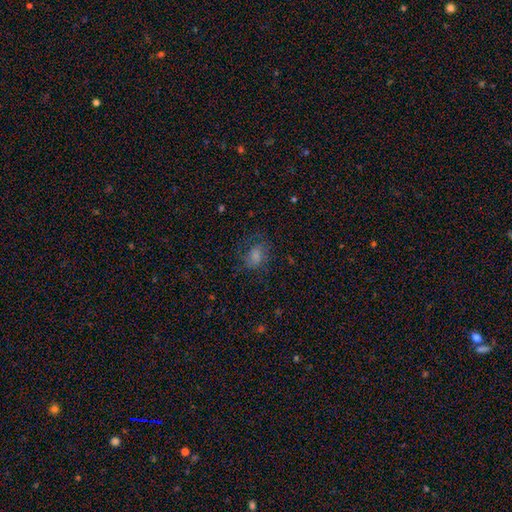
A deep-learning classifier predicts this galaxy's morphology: Smooth or featured? smooth (52%)
How rounded? in between (67%)
Merging? none (62%)